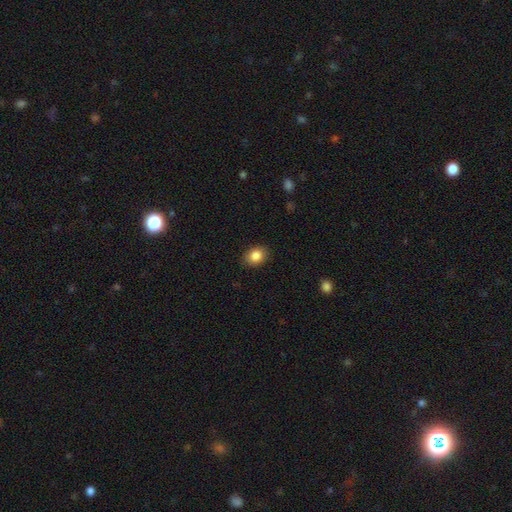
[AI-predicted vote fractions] Smooth or featured?
  - smooth: 85% *
  - star or artifact: 9%
  - featured or disk: 6%
How rounded?
  - in between: 59% *
  - round: 40%
  - cigar-shaped: 1%
Merging?
  - none: 88% *
  - minor disturbance: 9%
  - major disturbance: 2%
  - merger: 1%